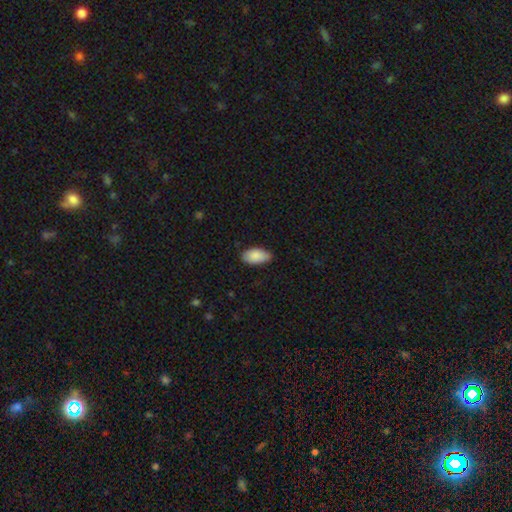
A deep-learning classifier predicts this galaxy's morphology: This is clearly a smooth galaxy (89%). How rounded: clearly in between (95%). Merging: likely none (80%).